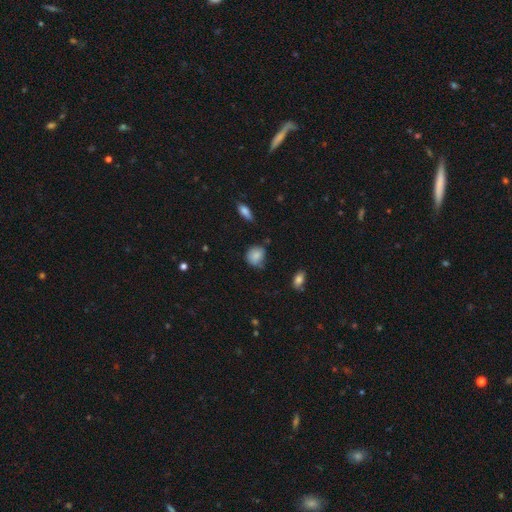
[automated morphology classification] A smooth galaxy with no disk features (82%) that is round (69%).

Vote fractions:
- Smooth or featured? smooth: 82% / featured or disk: 9% / star or artifact: 9%
- How rounded? round: 69% / in between: 29% / cigar-shaped: 1%
- Merging? none: 60% / minor disturbance: 31% / major disturbance: 6% / merger: 3%